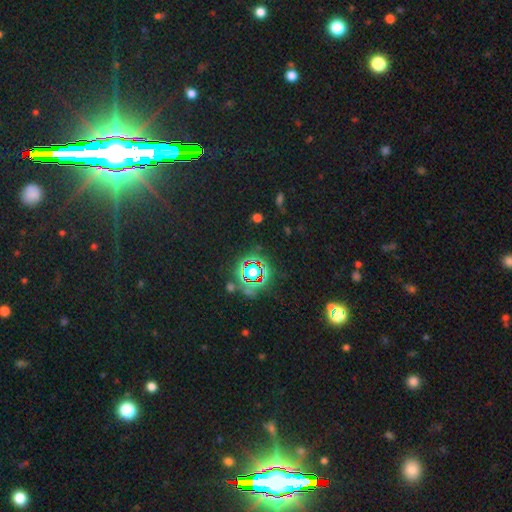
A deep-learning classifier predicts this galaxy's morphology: Q: Smooth or featured?
A: star or artifact (77%); runner-up: featured or disk (12%)